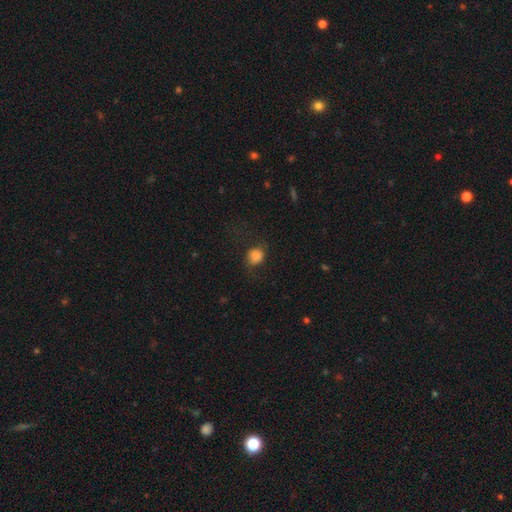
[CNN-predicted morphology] A smooth galaxy with no disk features (79%) that is round (73%).

Vote fractions:
- Smooth or featured? smooth: 79% / featured or disk: 11% / star or artifact: 10%
- How rounded? round: 73% / in between: 26% / cigar-shaped: 1%
- Merging? none: 66% / minor disturbance: 19% / major disturbance: 14% / merger: 2%